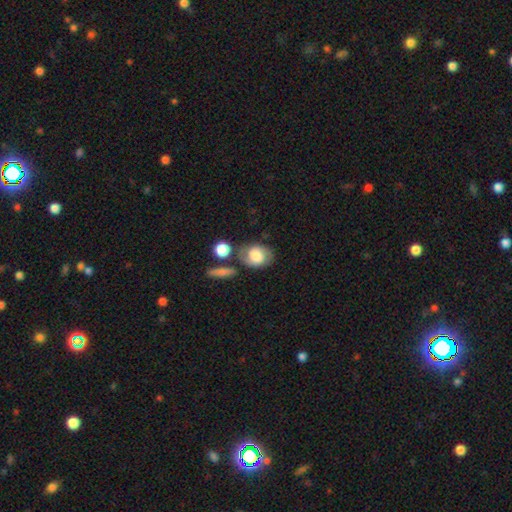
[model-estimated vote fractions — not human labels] Smooth or featured? smooth (49%)
Merging? none (61%)